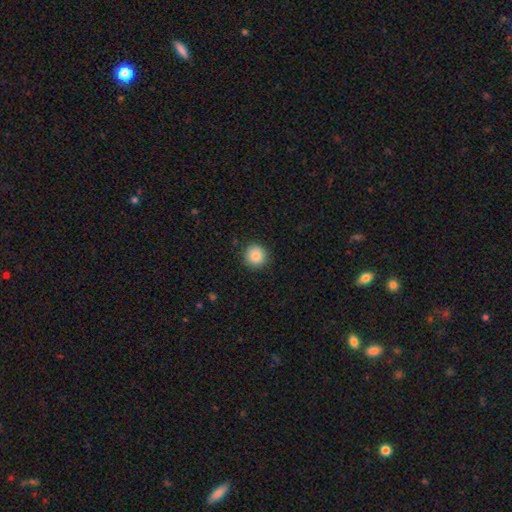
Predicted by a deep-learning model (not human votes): Morphology: type=smooth (85%); roundness=round (94%); merging=none (91%).